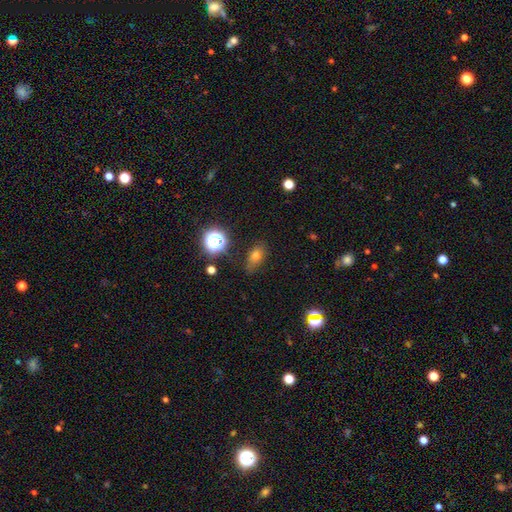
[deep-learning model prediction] This appears to be a smooth galaxy with no disk features (68%) that is in between round and cigar-shaped (72%). Merging: none (74%).